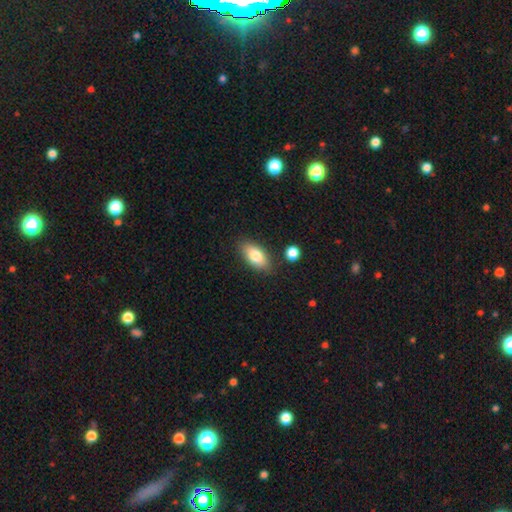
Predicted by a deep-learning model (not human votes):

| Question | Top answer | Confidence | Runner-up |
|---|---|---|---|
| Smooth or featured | smooth | 79% | featured or disk (14%) |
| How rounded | in between | 89% | cigar-shaped (8%) |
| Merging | none | 83% | minor disturbance (11%) |